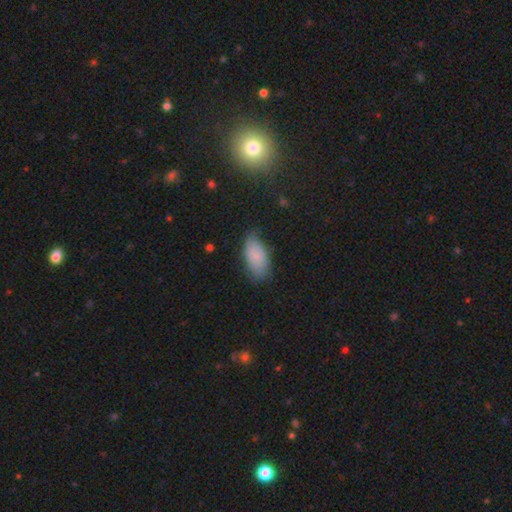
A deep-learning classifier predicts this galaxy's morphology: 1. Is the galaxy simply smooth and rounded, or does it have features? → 78% smooth, 14% featured or disk, 9% star or artifact.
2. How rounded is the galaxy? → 93% in between, 4% cigar-shaped, 3% round.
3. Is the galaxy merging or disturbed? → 65% none, 27% minor disturbance, 6% major disturbance, 2% merger.